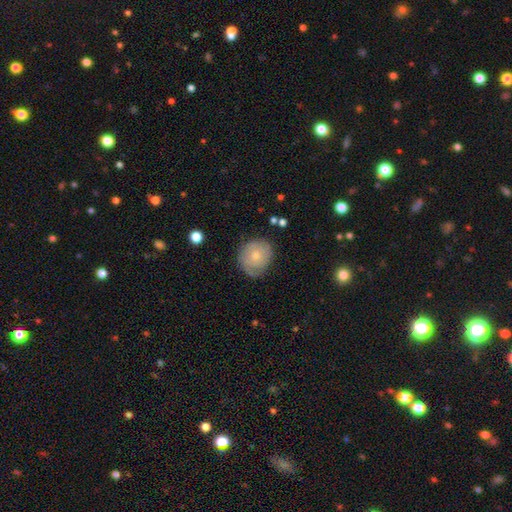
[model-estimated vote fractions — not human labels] Smooth or featured?
  - smooth: 65% *
  - featured or disk: 27%
  - star or artifact: 7%
How rounded?
  - round: 79% *
  - in between: 20%
  - cigar-shaped: 1%
Merging?
  - none: 72% *
  - minor disturbance: 21%
  - major disturbance: 5%
  - merger: 2%